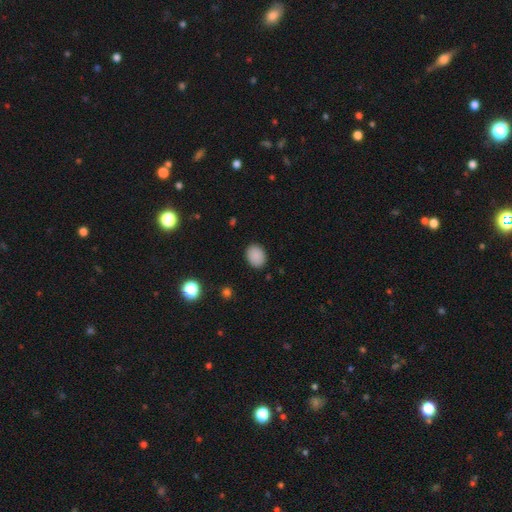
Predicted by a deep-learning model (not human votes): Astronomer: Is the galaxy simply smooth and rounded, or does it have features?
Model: smooth — 88%.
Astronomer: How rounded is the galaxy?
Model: in between — 55% (runner-up: round, 44%).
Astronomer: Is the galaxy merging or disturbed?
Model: none — 88%.